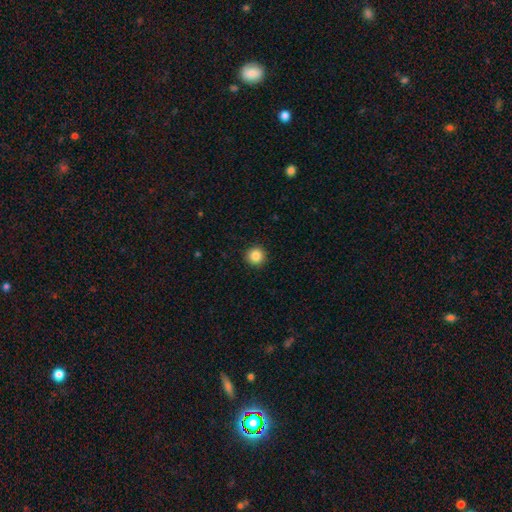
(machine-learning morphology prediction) Overall: smooth (87%). How rounded: round (95%). Merging: none (92%).